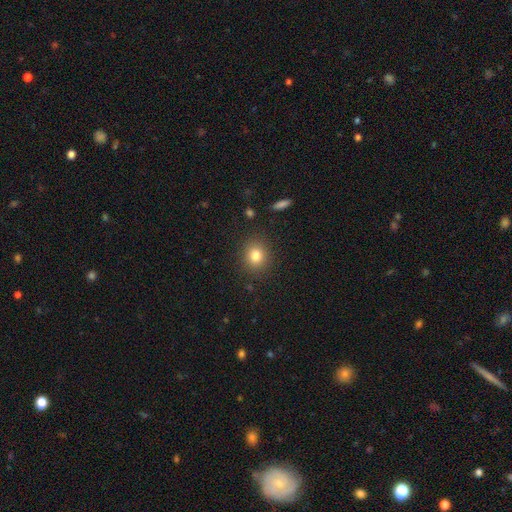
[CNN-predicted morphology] Overall: smooth (80%). How rounded: round (78%). Merging: none (88%).